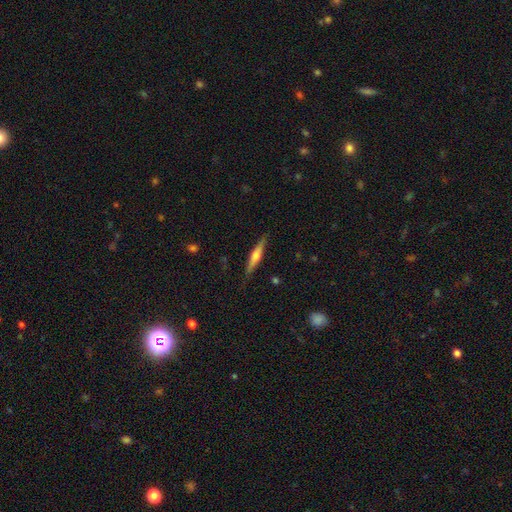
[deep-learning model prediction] Smooth or featured? Predicted: featured or disk (p=0.61). Edge-on disk? Predicted: yes (p=0.97). Edge-on bulge? Predicted: rounded (p=0.86). Merging? Predicted: none (p=0.87).